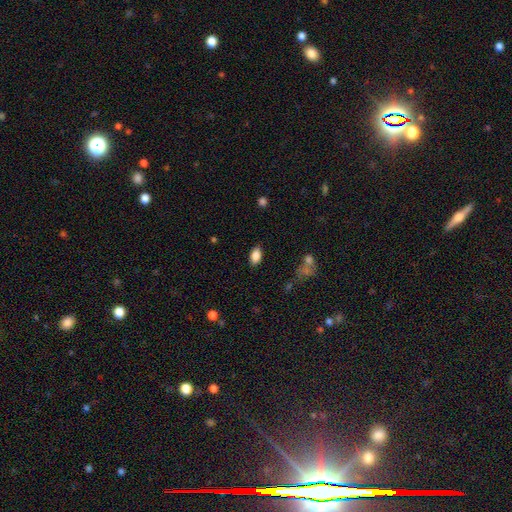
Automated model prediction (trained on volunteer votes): smooth 86%, star or artifact 8%, featured or disk 6%. Down the decision tree: how rounded — in between (92%); merging — none (85%).